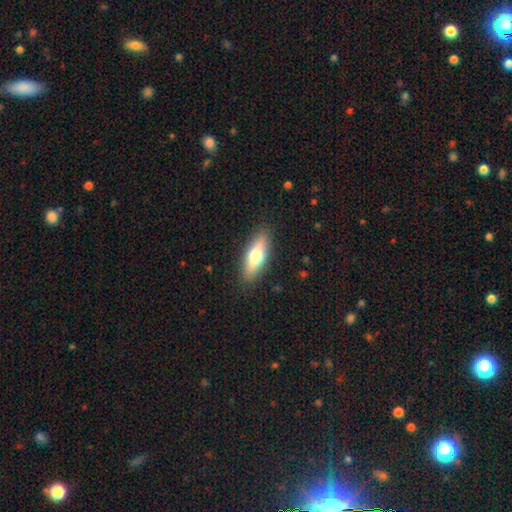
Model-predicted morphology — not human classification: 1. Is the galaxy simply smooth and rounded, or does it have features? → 60% smooth, 33% featured or disk, 7% star or artifact.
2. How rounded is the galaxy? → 58% in between, 39% cigar-shaped, 3% round.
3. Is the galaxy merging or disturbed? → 88% none, 9% minor disturbance, 2% major disturbance, 1% merger.